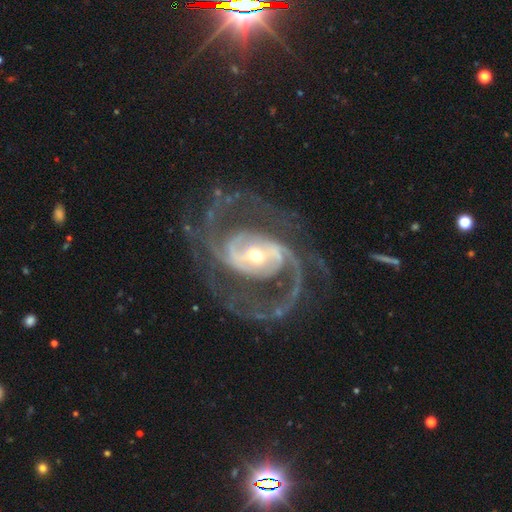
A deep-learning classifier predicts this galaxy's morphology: Overall: featured or disk (93%). Edge-on disk: no (97%). Bar: strong (38%; weak 37%). Spiral arms: yes (98%). Spiral arm count: 2 (70%). Spiral winding: medium (55%; tight 26%). Bulge size: moderate (53%; small 38%). Merging: none (70%).